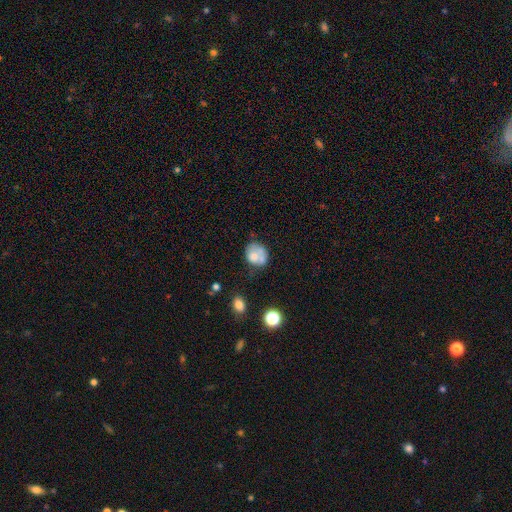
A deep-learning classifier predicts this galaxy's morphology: Smooth or featured: smooth — 62% (featured or disk — 28%)
How rounded: round — 56% (in between — 44%)
Merging: none — 34% (merger — 30%)